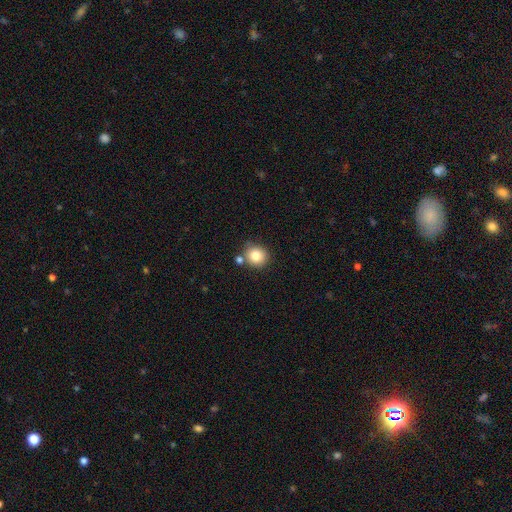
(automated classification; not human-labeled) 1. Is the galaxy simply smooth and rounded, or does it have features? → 82% smooth, 10% star or artifact, 8% featured or disk.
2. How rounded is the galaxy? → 87% round, 12% in between, 1% cigar-shaped.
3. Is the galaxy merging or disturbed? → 73% none, 13% merger, 11% minor disturbance, 3% major disturbance.